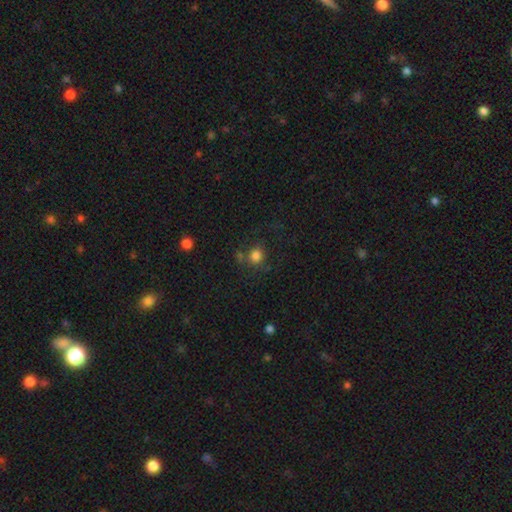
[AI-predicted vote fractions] smooth-or-featured: smooth: 79% | star or artifact: 13% | featured or disk: 8%
  how-rounded: round: 87% | in between: 12% | cigar-shaped: 1%
  merging: none: 67% | minor disturbance: 14% | merger: 11% | major disturbance: 8%